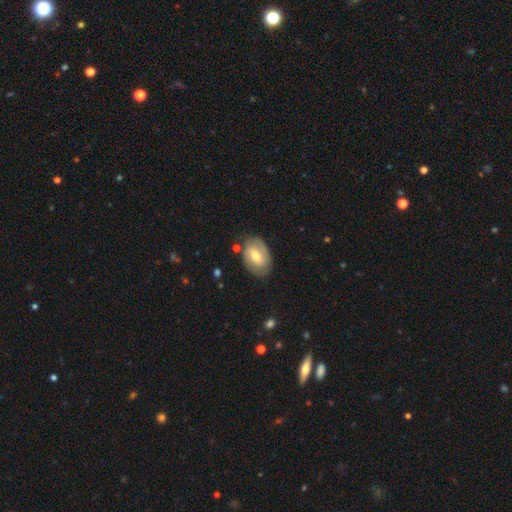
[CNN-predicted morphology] Smooth or featured? smooth (47%, tied with featured or disk)
Merging? none (75%)